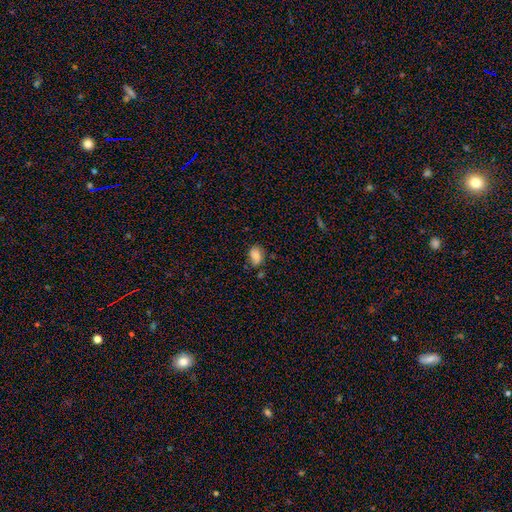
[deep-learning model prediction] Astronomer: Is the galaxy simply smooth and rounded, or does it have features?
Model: smooth — 77%.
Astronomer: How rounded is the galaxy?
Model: in between — 78%.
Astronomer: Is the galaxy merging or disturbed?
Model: none — 60%.